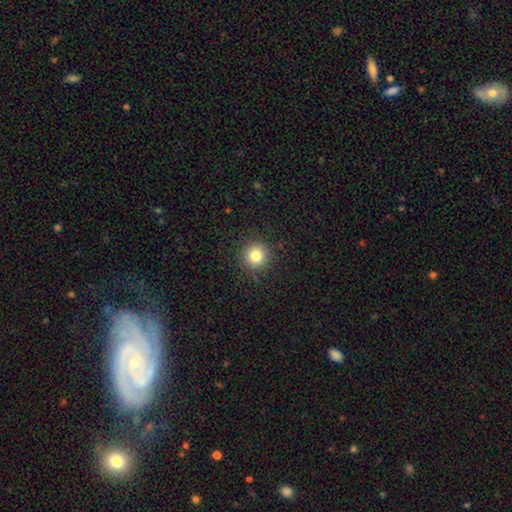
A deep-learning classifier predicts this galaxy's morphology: This is clearly a smooth galaxy (82%). How rounded: clearly round (95%). Merging: clearly none (91%).